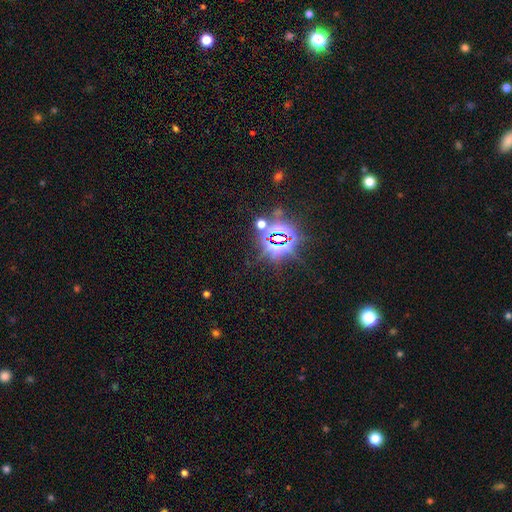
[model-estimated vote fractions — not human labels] Smooth or featured: star or artifact — 84% (smooth — 9%)